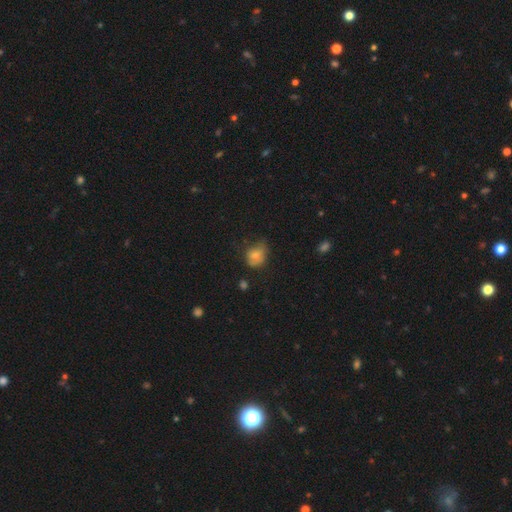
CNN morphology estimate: This appears to be a smooth galaxy with no disk features (75%) that is round (51%). Merging: none (42%).